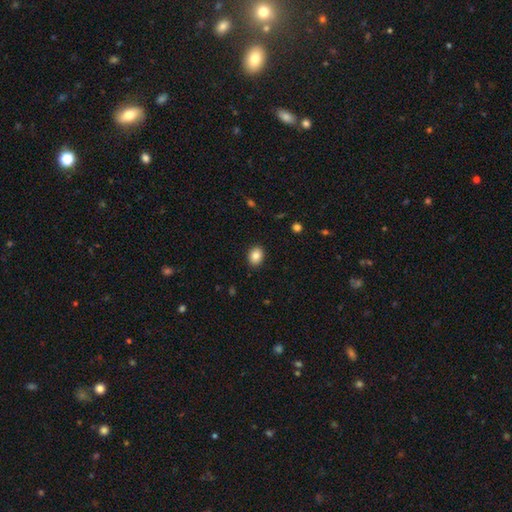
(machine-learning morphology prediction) Smooth or featured? smooth (85%)
How rounded? in between (58%)
Merging? none (90%)